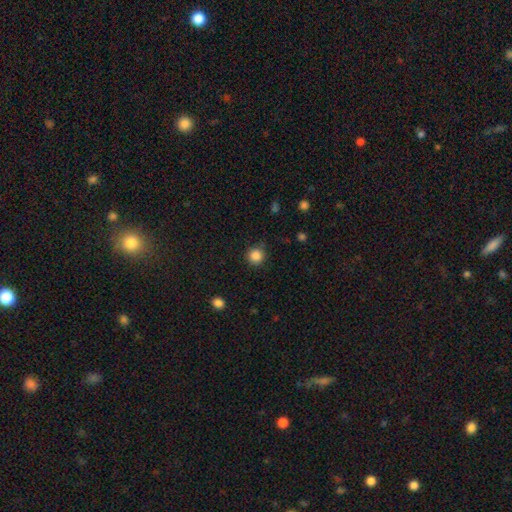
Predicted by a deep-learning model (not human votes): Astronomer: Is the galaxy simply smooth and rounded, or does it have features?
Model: smooth — 85%.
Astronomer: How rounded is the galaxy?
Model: round — 94%.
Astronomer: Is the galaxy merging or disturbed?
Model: none — 84%.